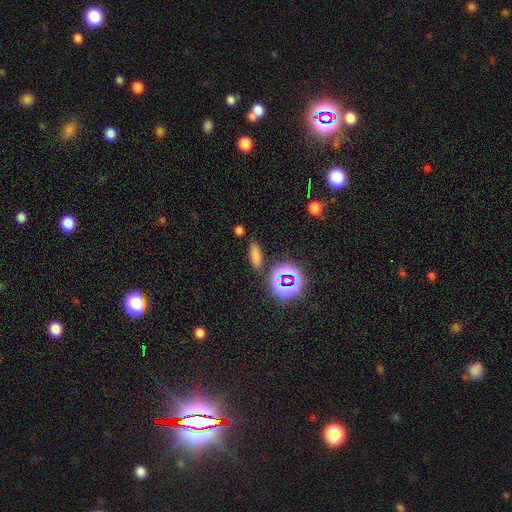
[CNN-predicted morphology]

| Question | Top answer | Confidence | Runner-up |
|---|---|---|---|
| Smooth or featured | smooth | 71% | star or artifact (22%) |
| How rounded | in between | 52% | cigar-shaped (41%) |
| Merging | none | 83% | minor disturbance (9%) |